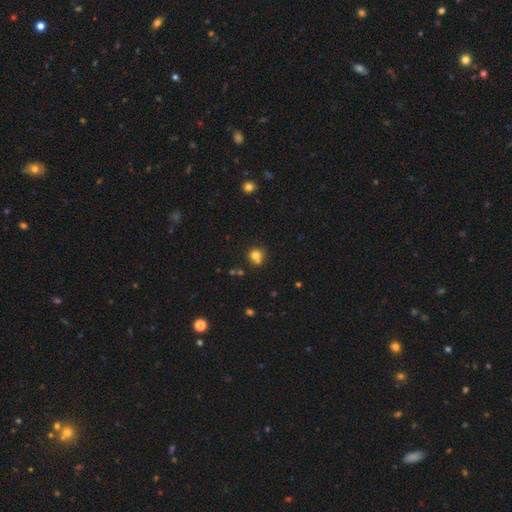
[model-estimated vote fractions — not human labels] This appears to be a smooth galaxy with no disk features (78%) that is round (87%). Merging: none (64%).